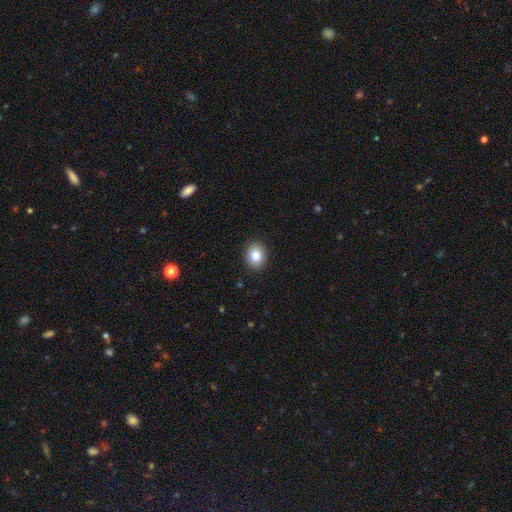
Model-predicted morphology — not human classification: This appears to be a smooth galaxy with no disk features (83%) that is round (59%). Merging: none (91%).